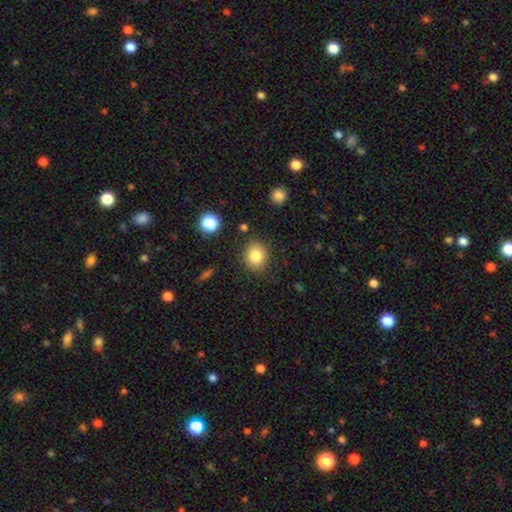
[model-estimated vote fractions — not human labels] A smooth galaxy with no disk features (82%) that is round (62%).

Vote fractions:
- Smooth or featured? smooth: 82% / star or artifact: 10% / featured or disk: 7%
- How rounded? round: 62% / in between: 37% / cigar-shaped: 1%
- Merging? none: 84% / minor disturbance: 11% / major disturbance: 3% / merger: 2%